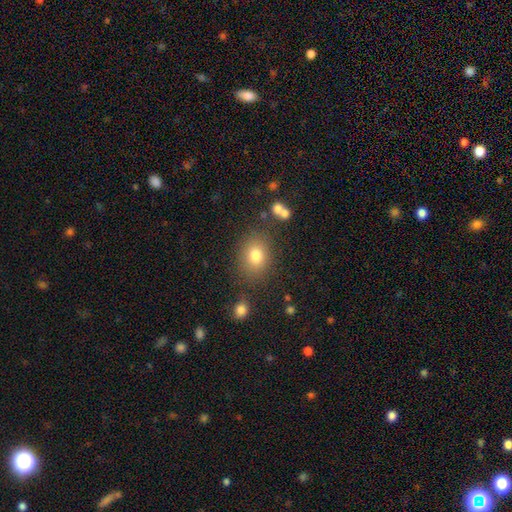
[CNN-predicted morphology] Smooth or featured? smooth (78%)
How rounded? in between (51%)
Merging? none (79%)